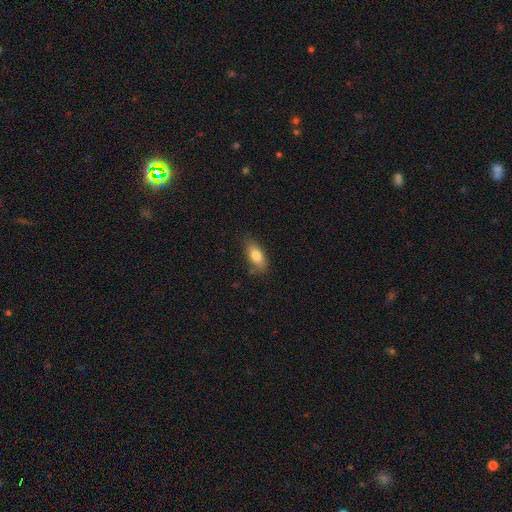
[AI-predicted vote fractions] Smooth or featured?
  - smooth: 79% *
  - featured or disk: 14%
  - star or artifact: 7%
How rounded?
  - in between: 82% *
  - cigar-shaped: 14%
  - round: 4%
Merging?
  - none: 78% *
  - minor disturbance: 17%
  - major disturbance: 3%
  - merger: 2%